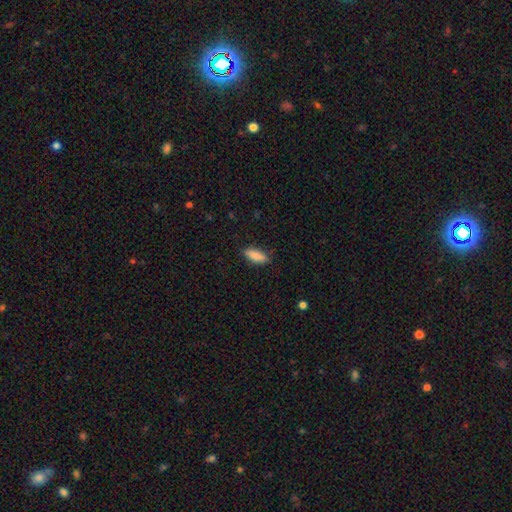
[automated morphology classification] Smooth or featured?
  - smooth: 84% *
  - featured or disk: 9%
  - star or artifact: 6%
How rounded?
  - in between: 63% *
  - cigar-shaped: 35%
  - round: 2%
Merging?
  - none: 86% *
  - minor disturbance: 11%
  - major disturbance: 2%
  - merger: 1%